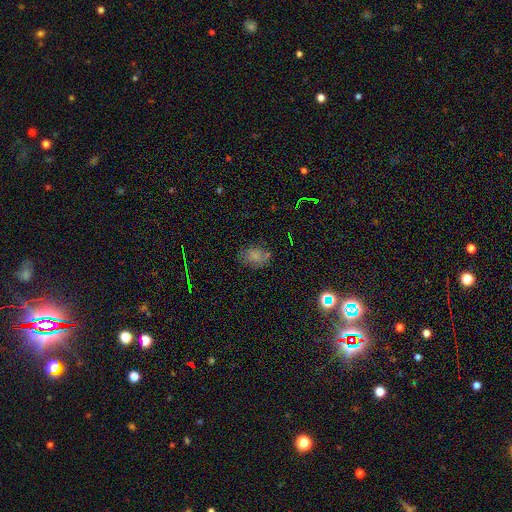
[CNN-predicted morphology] smooth-or-featured: smooth: 66% | star or artifact: 22% | featured or disk: 12%
  how-rounded: in between: 70% | round: 29% | cigar-shaped: 2%
  merging: none: 64% | minor disturbance: 23% | major disturbance: 8% | merger: 6%